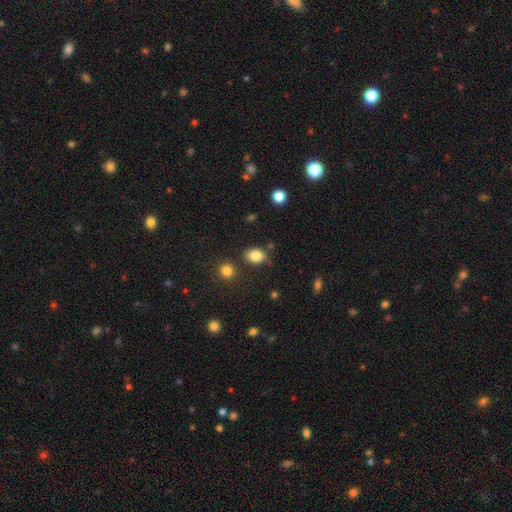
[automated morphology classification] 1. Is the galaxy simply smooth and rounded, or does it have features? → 84% smooth, 10% star or artifact, 6% featured or disk.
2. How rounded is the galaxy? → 64% in between, 35% round, 1% cigar-shaped.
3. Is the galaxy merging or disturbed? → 77% none, 14% minor disturbance, 5% merger, 3% major disturbance.